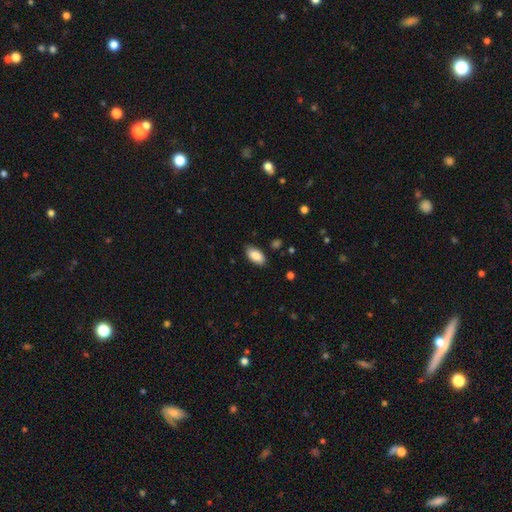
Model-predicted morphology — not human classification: A smooth galaxy with no disk features (87%) that is in between round and cigar-shaped (94%). Merging: none (85%).